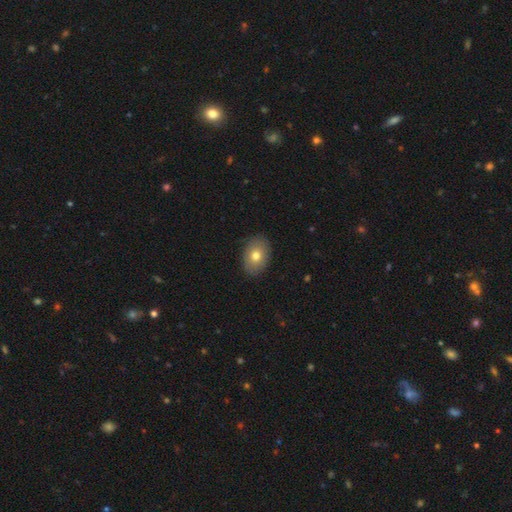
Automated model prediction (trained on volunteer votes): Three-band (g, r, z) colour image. It shows a smooth galaxy with no disk features (75%) that is in between round and cigar-shaped (78%). Merging: none (88%).